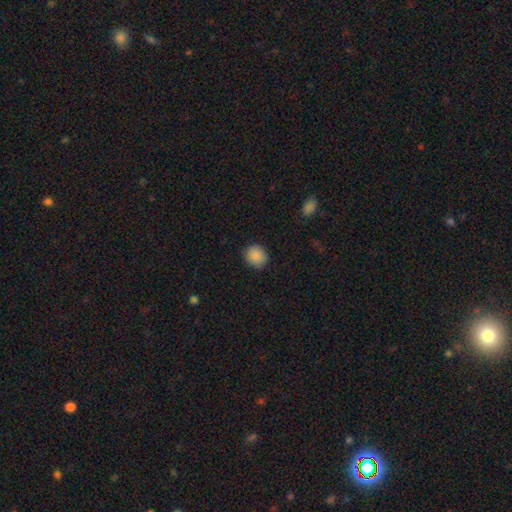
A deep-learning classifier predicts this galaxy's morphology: Smooth or featured? smooth (89%)
How rounded? round (80%)
Merging? none (89%)